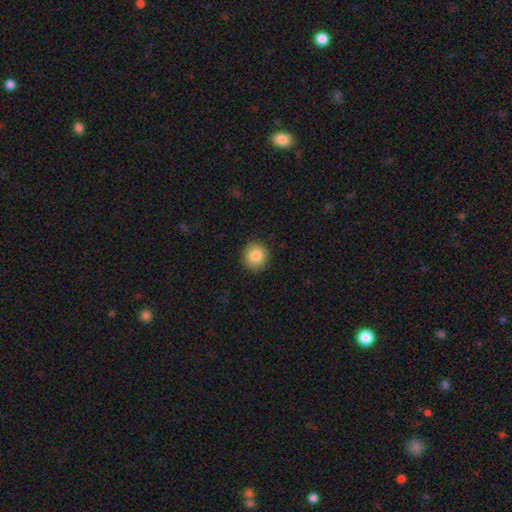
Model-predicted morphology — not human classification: This appears to be a smooth galaxy with no disk features (85%) that is round (92%). Merging: none (91%).